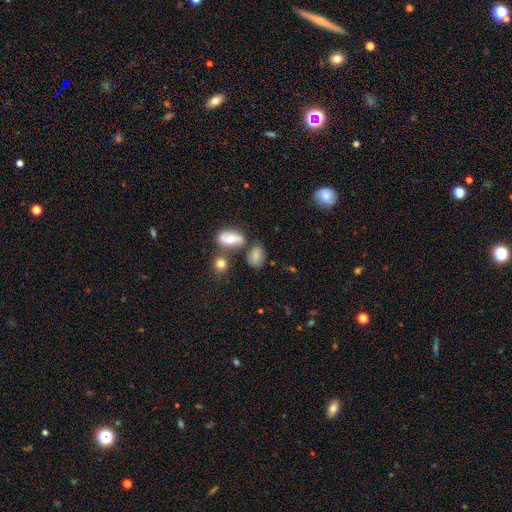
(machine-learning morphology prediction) Q: Smooth or featured?
A: smooth (72%); runner-up: featured or disk (17%)
Q: How rounded?
A: in between (81%); runner-up: round (17%)
Q: Merging?
A: none (58%); runner-up: minor disturbance (20%)